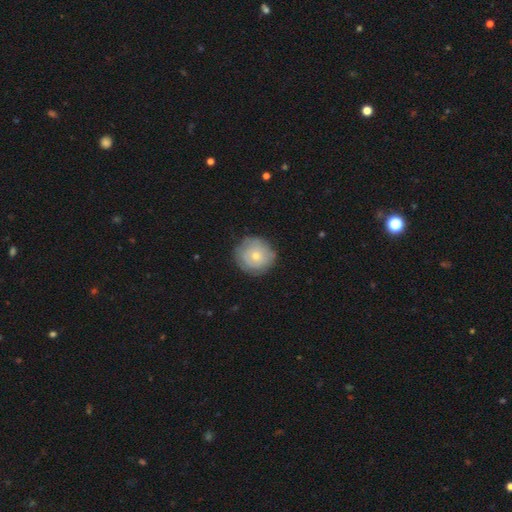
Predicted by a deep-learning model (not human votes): This appears to be a smooth galaxy with no disk features (59%) that is round (92%). Merging: none (79%).